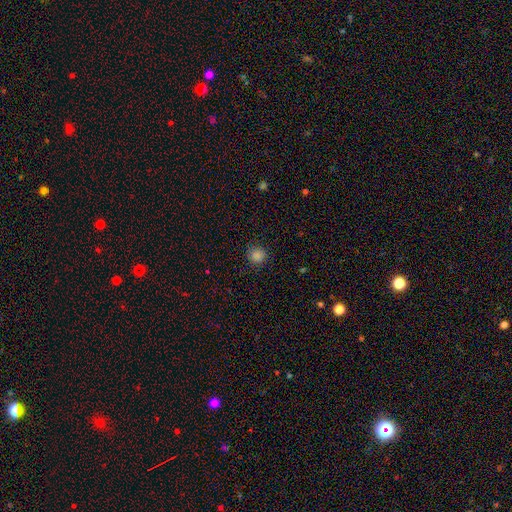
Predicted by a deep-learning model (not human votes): Smooth or featured: smooth — 82% (star or artifact — 14%)
How rounded: round — 93% (in between — 6%)
Merging: none — 89% (minor disturbance — 7%)